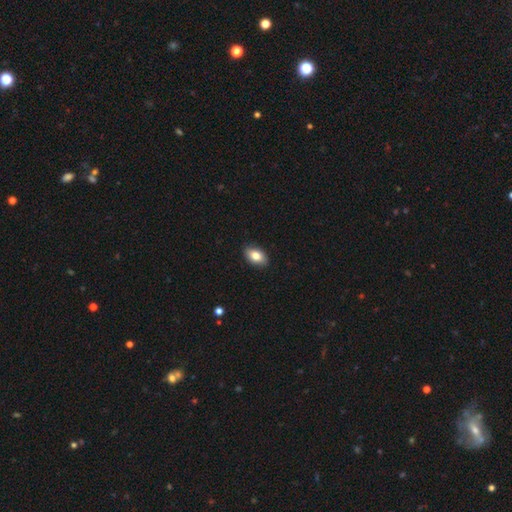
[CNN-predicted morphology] Smooth or featured: smooth — 80% (featured or disk — 13%)
How rounded: in between — 89% (round — 9%)
Merging: none — 88% (minor disturbance — 9%)